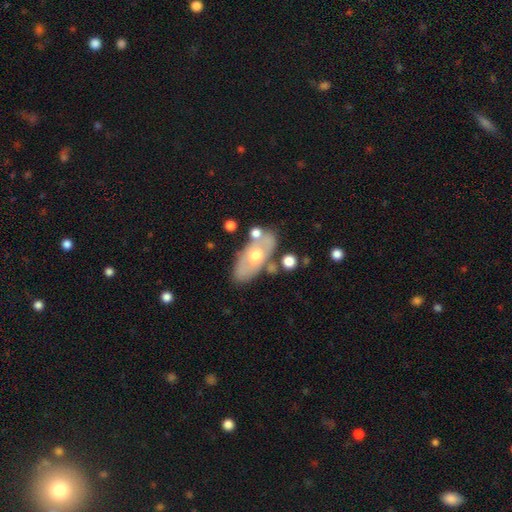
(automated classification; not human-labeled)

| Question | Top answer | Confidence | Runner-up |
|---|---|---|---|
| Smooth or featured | featured or disk | 54% | smooth (39%) |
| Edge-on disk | no | 82% | yes (18%) |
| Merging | none | 72% | minor disturbance (15%) |